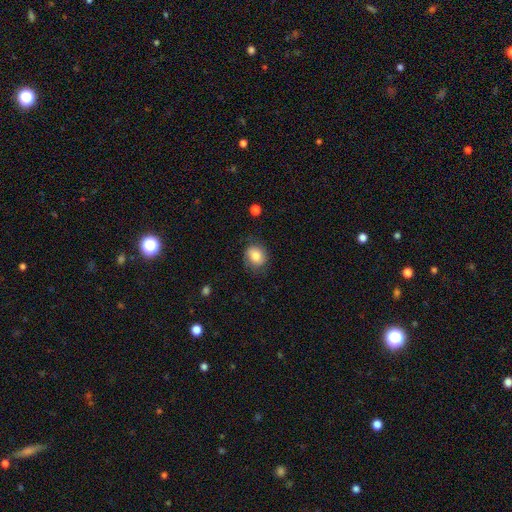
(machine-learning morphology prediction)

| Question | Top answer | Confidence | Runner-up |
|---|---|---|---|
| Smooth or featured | smooth | 80% | featured or disk (11%) |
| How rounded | round | 63% | in between (36%) |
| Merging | none | 76% | minor disturbance (18%) |